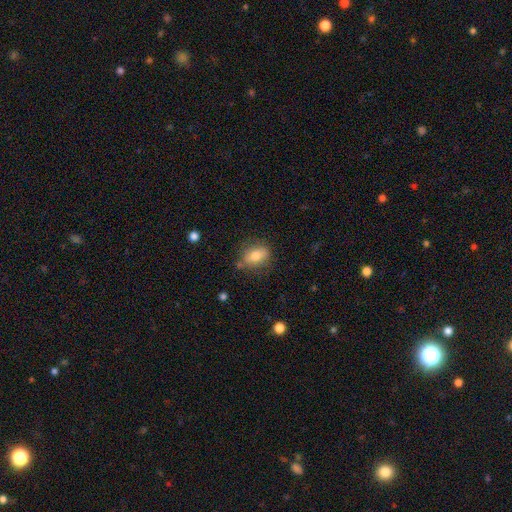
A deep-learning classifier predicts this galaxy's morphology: Smooth or featured? Predicted: smooth (p=0.75). How rounded? Predicted: in between (p=0.70). Merging? Predicted: none (p=0.71).